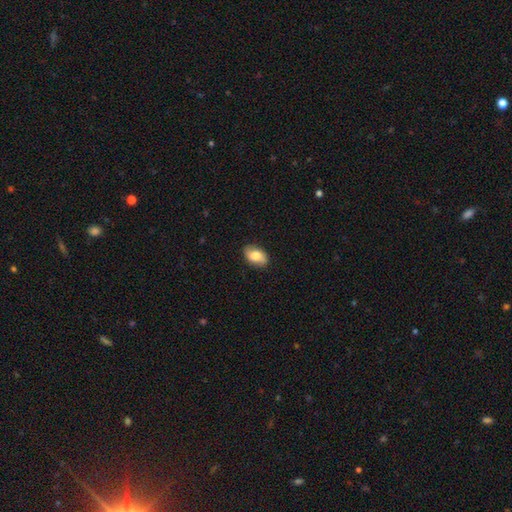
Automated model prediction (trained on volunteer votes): Smooth or featured? Predicted: smooth (p=0.67). How rounded? Predicted: in between (p=0.89). Merging? Predicted: none (p=0.83).